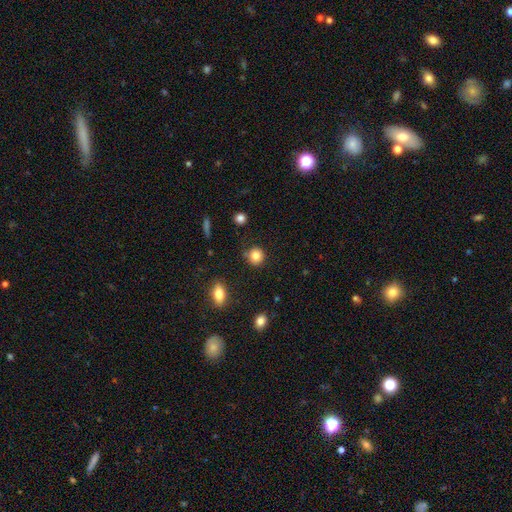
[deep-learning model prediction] A smooth galaxy with no disk features (83%) that is round (86%). Merging: none (78%).